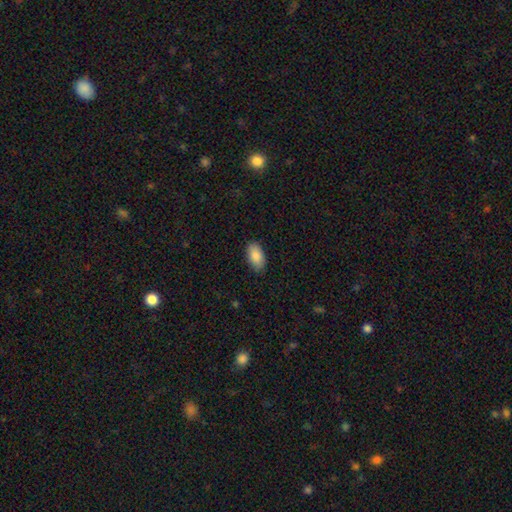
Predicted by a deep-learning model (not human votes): Morphology: type=smooth (88%); roundness=in between (94%); merging=none (86%).